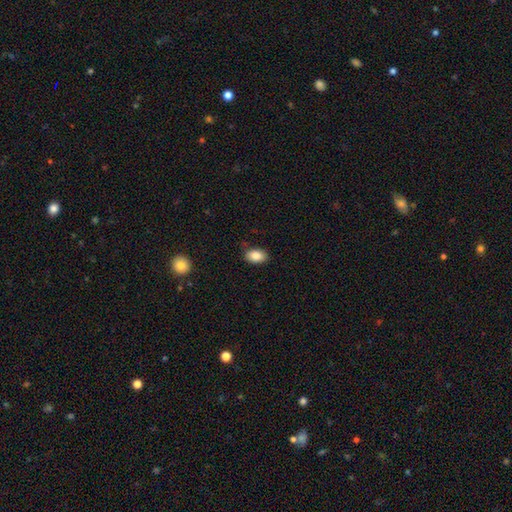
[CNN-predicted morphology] Smooth or featured? smooth (86%)
How rounded? in between (88%)
Merging? none (84%)